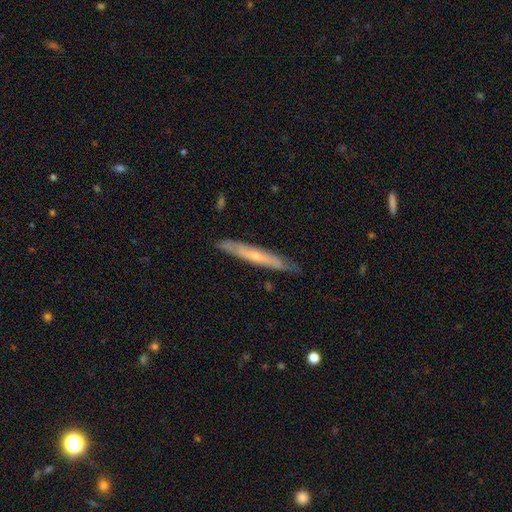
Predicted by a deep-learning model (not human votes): Smooth or featured? featured or disk (56%)
Edge-on disk? yes (85%)
Merging? none (83%)